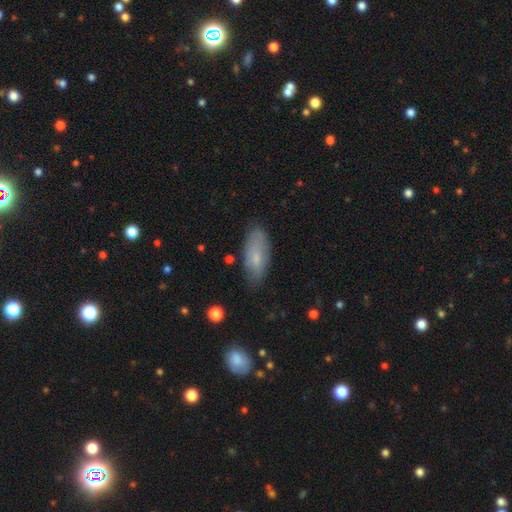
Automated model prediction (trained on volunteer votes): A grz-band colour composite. It shows a smooth galaxy with no disk features (71%) that is in between round and cigar-shaped (81%). Merging: none (75%).